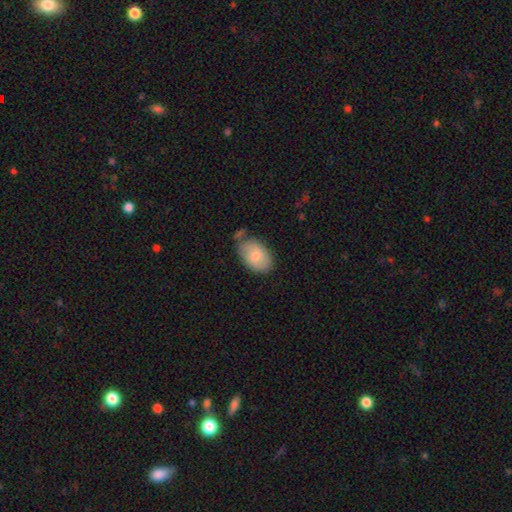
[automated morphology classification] This is likely a smooth galaxy (78%). How rounded: clearly in between (89%). Merging: likely none (64%).